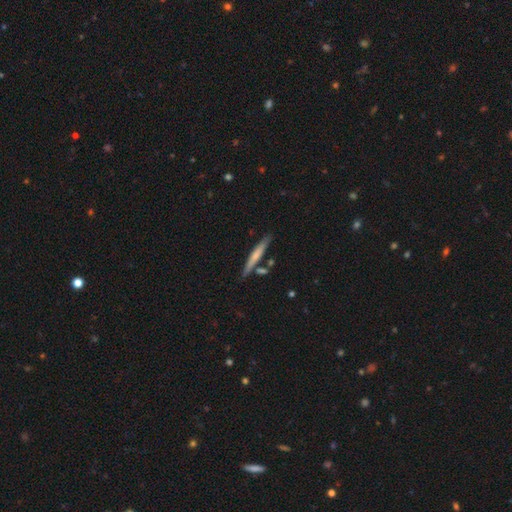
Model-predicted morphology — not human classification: smooth-or-featured: smooth: 57% | featured or disk: 38% | star or artifact: 6%
  how-rounded: cigar-shaped: 94% | in between: 5% | round: 2%
  merging: none: 79% | minor disturbance: 11% | merger: 8% | major disturbance: 2%